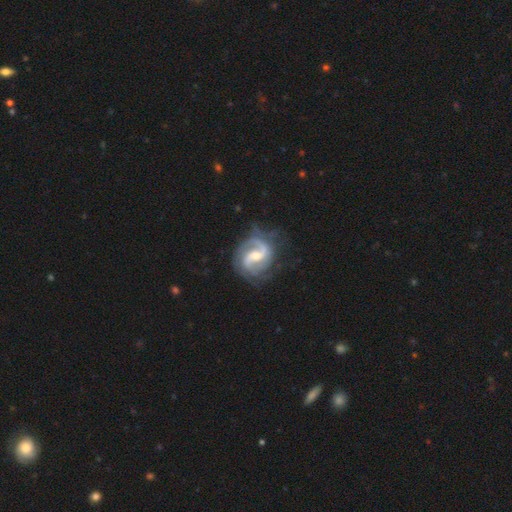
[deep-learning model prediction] A featured or disk galaxy (91%) with a weak bar (51%), 2 (82%) medium (53%) spiral arms (98%) and a moderate central bulge (56%).

Vote fractions:
- Smooth or featured? featured or disk: 91% / smooth: 4% / star or artifact: 4%
- Edge-on disk? no: 98% / yes: 2%
- Bar? weak: 51% / strong: 27% / no: 22%
- Spiral arms? yes: 98% / no: 2%
- Spiral winding? medium: 53% / tight: 25% / loose: 22%
- Spiral arm count? 2: 82% / 3: 6% / can't tell: 5% / 1: 3% / 4: 2% / more than 4: 2%
- Bulge size? moderate: 56% / small: 39% / large: 3% / none: 2% / dominant: 1%
- Merging? none: 70% / minor disturbance: 19% / major disturbance: 9% / merger: 2%